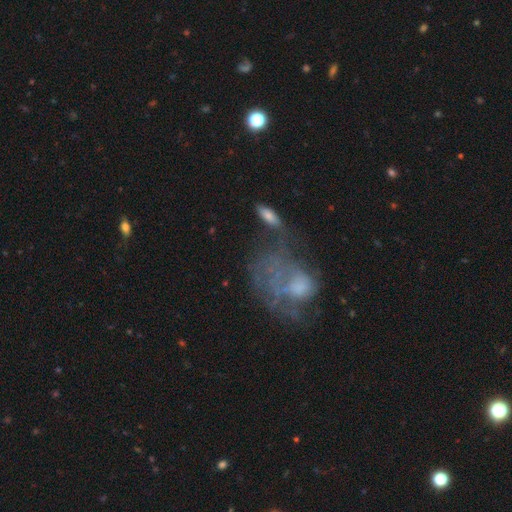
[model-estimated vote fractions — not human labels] Q: Smooth or featured?
A: featured or disk (49%); runner-up: smooth (30%)
Q: Merging?
A: major disturbance (35%); runner-up: none (26%)